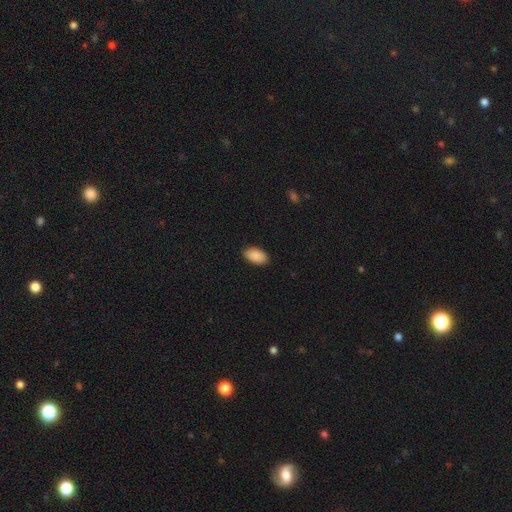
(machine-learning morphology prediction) Smooth or featured: smooth — 90% (star or artifact — 7%)
How rounded: in between — 95% (round — 4%)
Merging: none — 88% (minor disturbance — 9%)